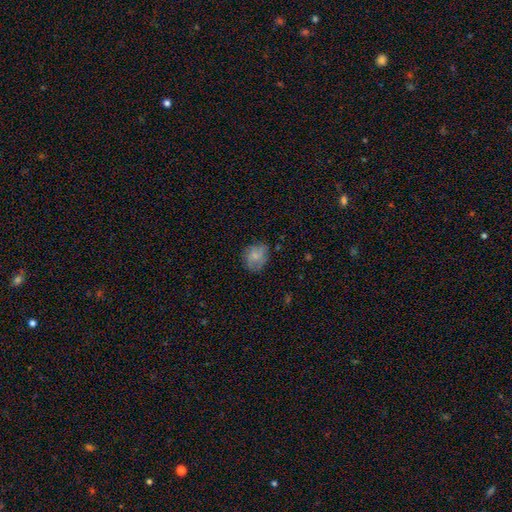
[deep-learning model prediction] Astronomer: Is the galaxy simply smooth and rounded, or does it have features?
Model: smooth — 69%.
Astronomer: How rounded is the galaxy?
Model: round — 60% (runner-up: in between, 39%).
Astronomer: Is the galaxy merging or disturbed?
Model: none — 66%.